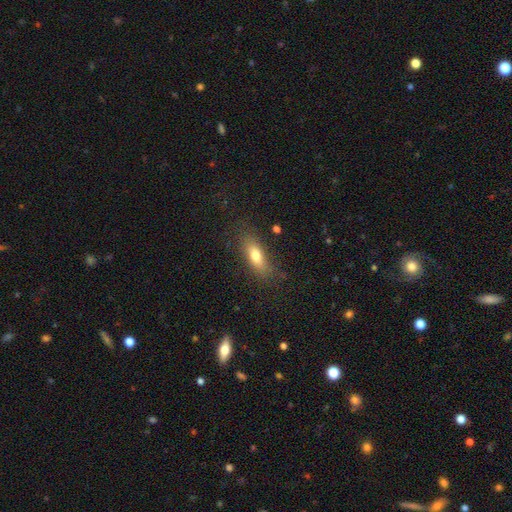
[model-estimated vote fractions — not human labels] Smooth or featured? Predicted: smooth (p=0.73). How rounded? Predicted: in between (p=0.65). Merging? Predicted: none (p=0.78).